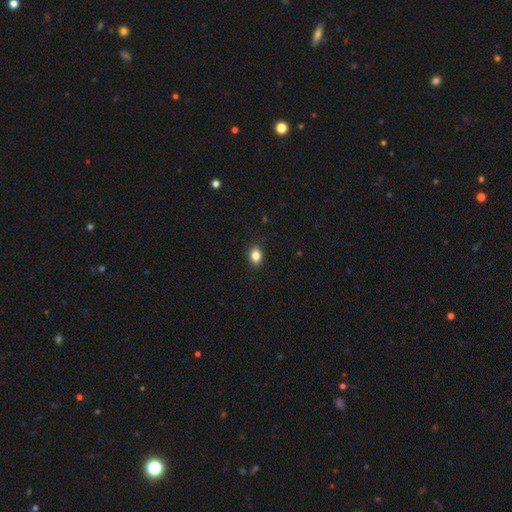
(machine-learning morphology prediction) Smooth or featured?
  - smooth: 85% *
  - star or artifact: 10%
  - featured or disk: 5%
How rounded?
  - in between: 68% *
  - round: 30%
  - cigar-shaped: 1%
Merging?
  - none: 88% *
  - minor disturbance: 9%
  - major disturbance: 2%
  - merger: 1%